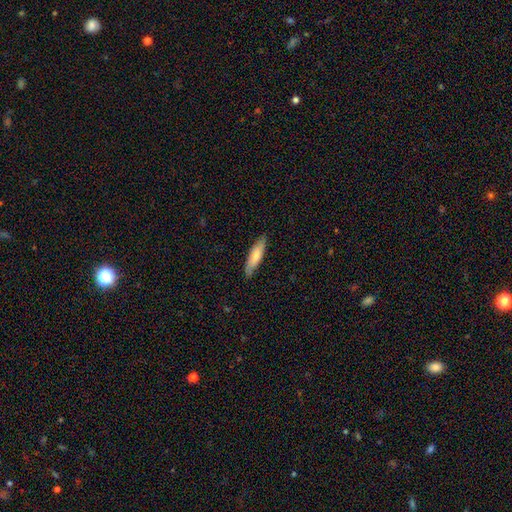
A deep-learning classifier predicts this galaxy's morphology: The model was most divided on "how rounded": cigar-shaped: 67%, in between: 32%, round: 1%. More confident: merging — none (84%); smooth or featured — smooth (70%).